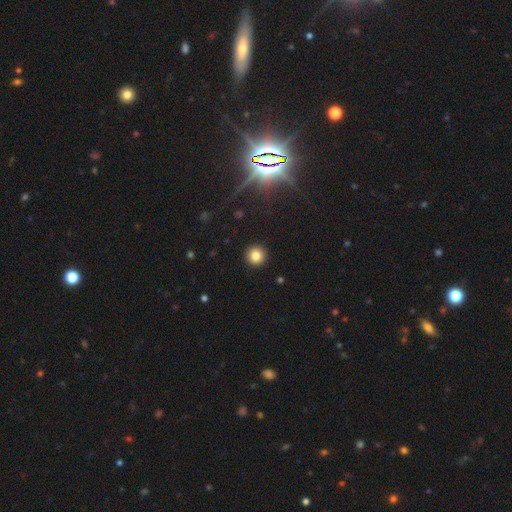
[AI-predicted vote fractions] smooth-or-featured: smooth: 82% | star or artifact: 12% | featured or disk: 6%
  how-rounded: round: 95% | in between: 4% | cigar-shaped: 1%
  merging: none: 93% | minor disturbance: 4% | major disturbance: 2% | merger: 1%